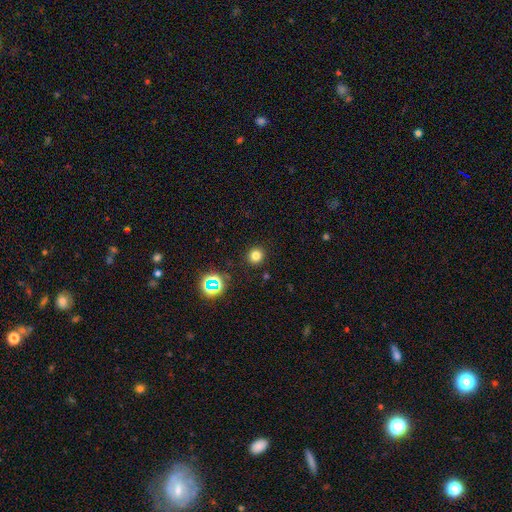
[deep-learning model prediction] The model was most divided on "smooth or featured": smooth: 77%, star or artifact: 18%, featured or disk: 6%. More confident: how rounded — round (92%); merging — none (91%).